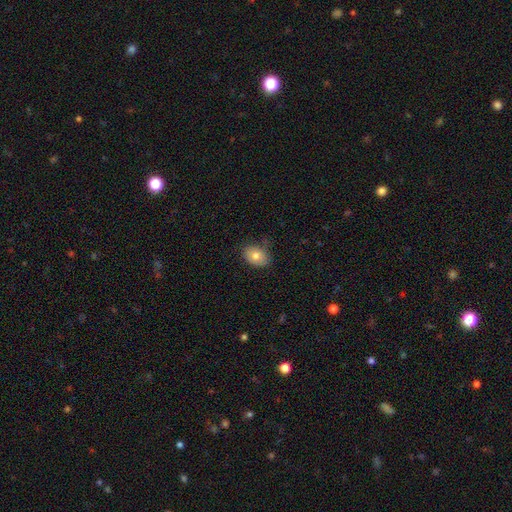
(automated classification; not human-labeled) Overall: smooth (77%). How rounded: in between (77%). Merging: none (75%).